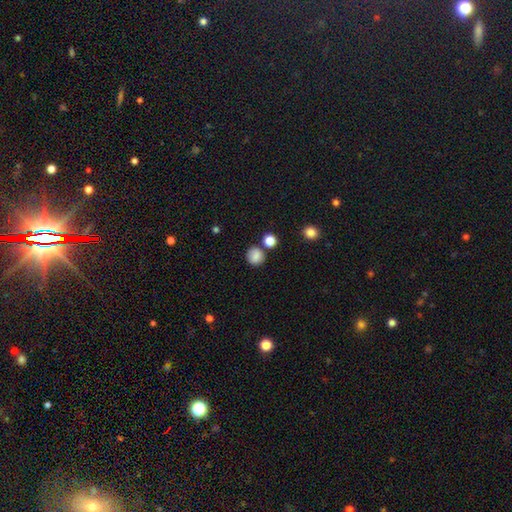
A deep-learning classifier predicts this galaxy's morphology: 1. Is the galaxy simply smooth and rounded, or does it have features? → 85% smooth, 10% star or artifact, 5% featured or disk.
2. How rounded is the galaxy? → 88% round, 11% in between, 1% cigar-shaped.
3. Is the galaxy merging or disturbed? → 79% none, 10% minor disturbance, 8% merger, 3% major disturbance.